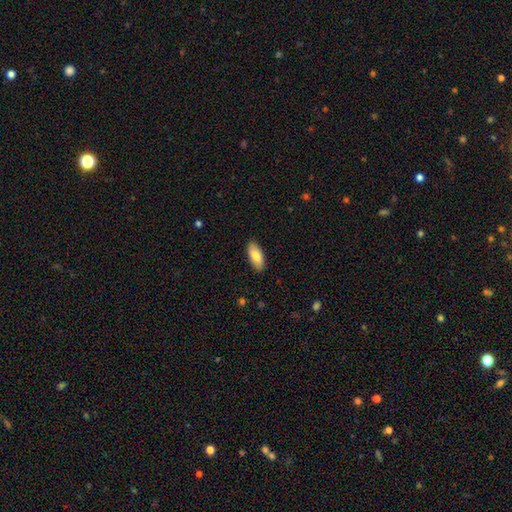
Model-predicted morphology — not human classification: This appears to be a smooth galaxy with no disk features (83%) that is in between round and cigar-shaped (87%). Merging: none (88%).